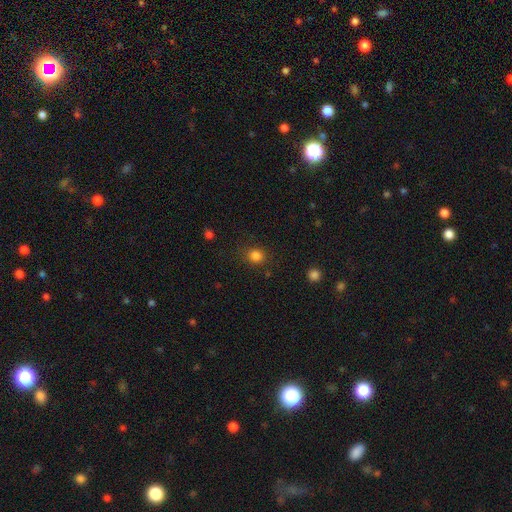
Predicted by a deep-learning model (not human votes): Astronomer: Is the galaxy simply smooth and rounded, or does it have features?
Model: smooth — 83%.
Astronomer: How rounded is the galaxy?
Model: round — 77%.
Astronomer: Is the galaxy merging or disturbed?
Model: none — 84%.